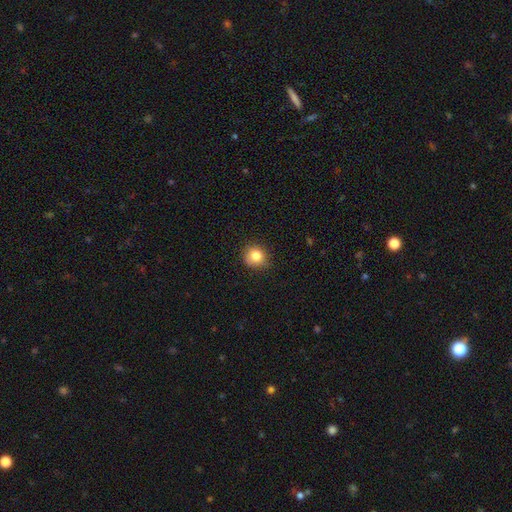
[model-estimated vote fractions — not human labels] This is clearly a smooth galaxy (82%). How rounded: clearly round (85%). Merging: likely none (78%).